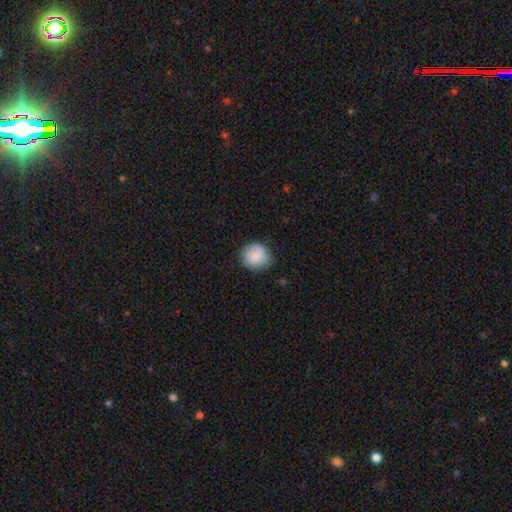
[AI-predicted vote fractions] A smooth galaxy with no disk features (86%) that is round (82%).

Vote fractions:
- Smooth or featured? smooth: 86% / star or artifact: 7% / featured or disk: 7%
- How rounded? round: 82% / in between: 17% / cigar-shaped: 1%
- Merging? none: 78% / minor disturbance: 18% / major disturbance: 3% / merger: 1%